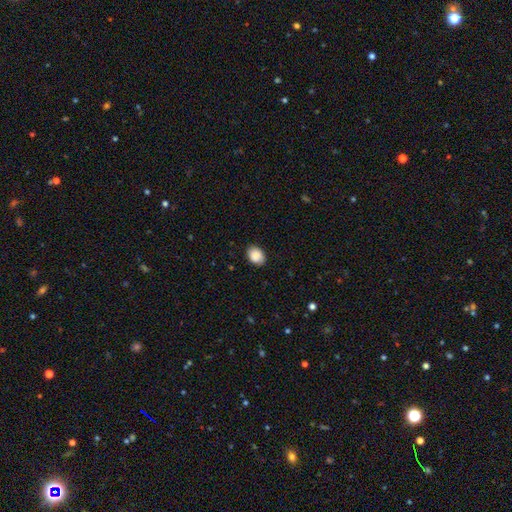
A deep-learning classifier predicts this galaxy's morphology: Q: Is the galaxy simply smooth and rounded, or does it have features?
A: smooth — 89%.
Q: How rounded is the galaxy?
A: in between — 68%.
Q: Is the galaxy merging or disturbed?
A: none — 88%.